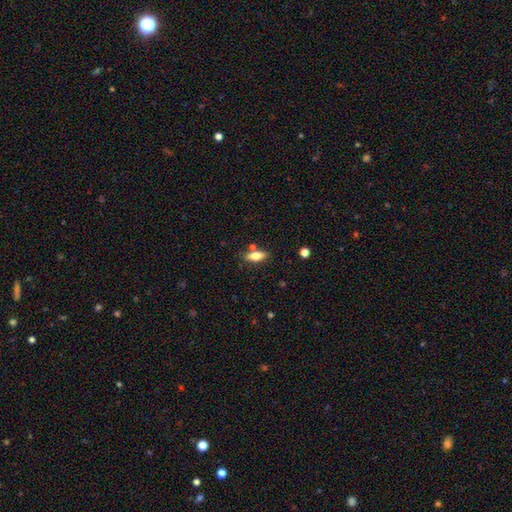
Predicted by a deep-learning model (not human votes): smooth-or-featured: smooth: 68% | featured or disk: 25% | star or artifact: 8%
  how-rounded: in between: 69% | cigar-shaped: 28% | round: 3%
  merging: none: 75% | minor disturbance: 13% | merger: 9% | major disturbance: 3%